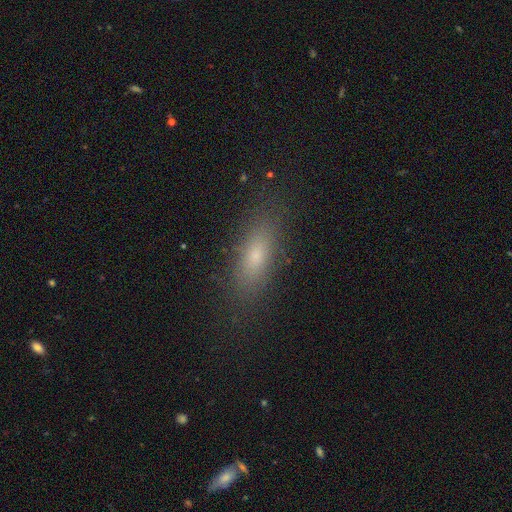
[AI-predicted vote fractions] This is likely a smooth galaxy (71%). How rounded: likely in between (63%). Merging: clearly none (83%).